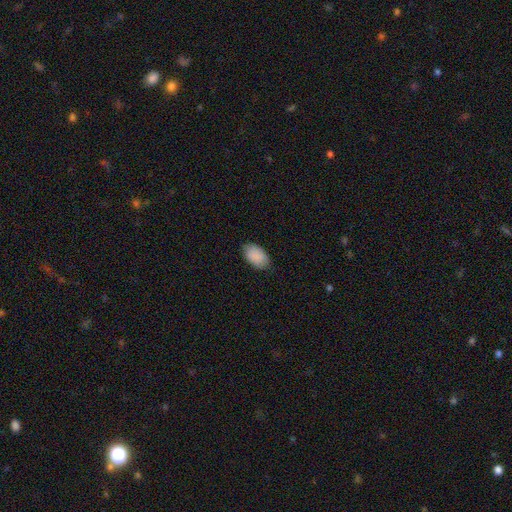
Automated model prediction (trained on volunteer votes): Q: Smooth or featured?
A: smooth (90%); runner-up: star or artifact (6%)
Q: How rounded?
A: in between (93%); runner-up: round (6%)
Q: Merging?
A: none (83%); runner-up: minor disturbance (14%)